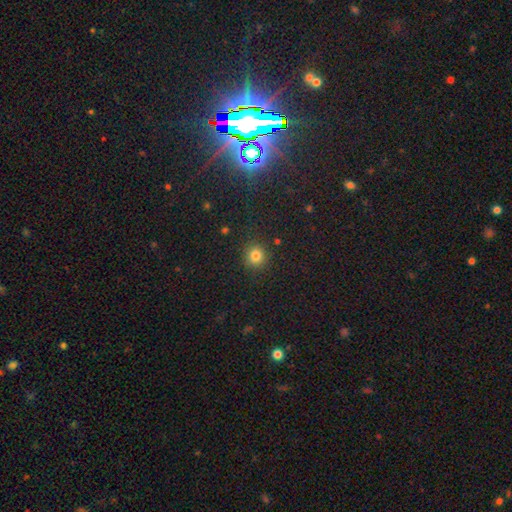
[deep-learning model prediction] This appears to be a smooth galaxy with no disk features (82%) that is round (90%). Merging: none (89%).